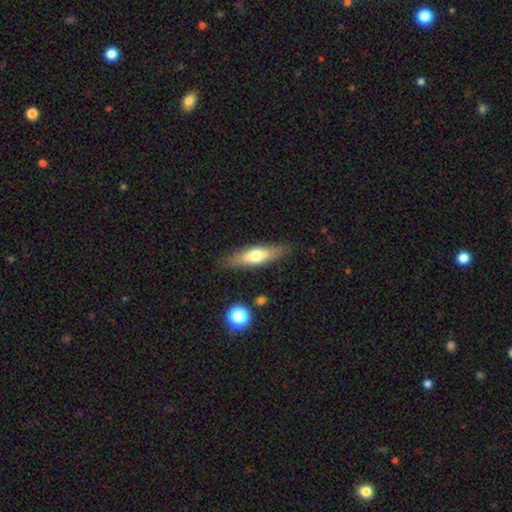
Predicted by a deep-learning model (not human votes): A smooth galaxy with no disk features (60%) that is cigar-shaped (51%).

Vote fractions:
- Smooth or featured? smooth: 60% / featured or disk: 34% / star or artifact: 7%
- How rounded? cigar-shaped: 51% / in between: 46% / round: 3%
- Merging? none: 84% / minor disturbance: 12% / major disturbance: 3% / merger: 2%